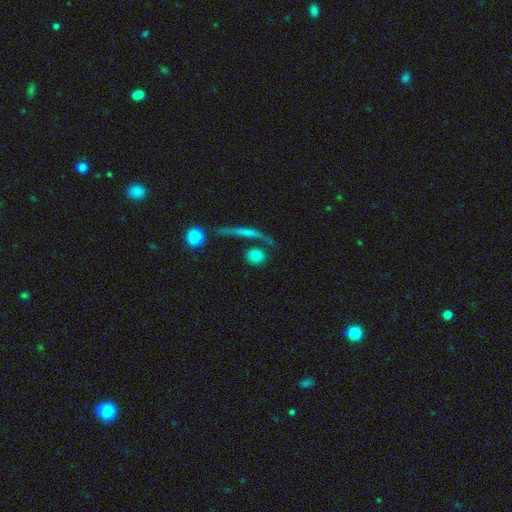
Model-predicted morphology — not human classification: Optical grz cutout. It shows a smooth galaxy with no disk features (77%) that is round (75%). Merging: none (69%).